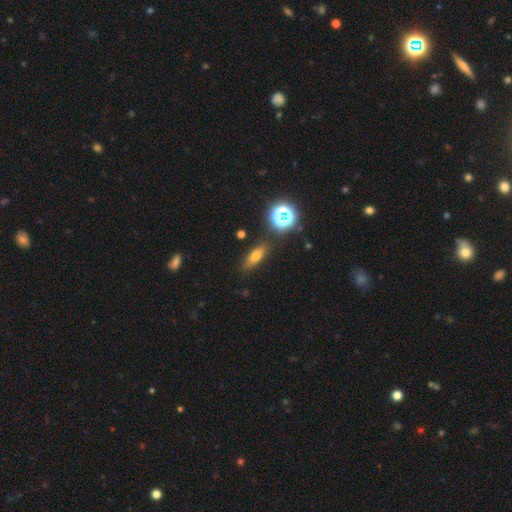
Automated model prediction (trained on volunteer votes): This is likely a smooth galaxy (65%). How rounded: possibly in between (57%). Merging: clearly none (83%).